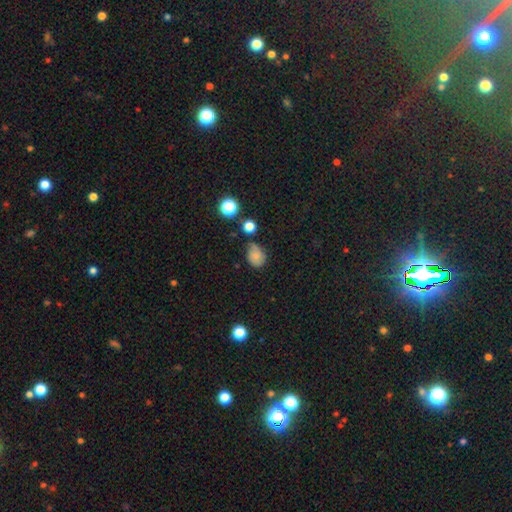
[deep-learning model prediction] smooth 75%, star or artifact 13%, featured or disk 13%. Down the decision tree: how rounded — in between (50%); merging — none (56%).